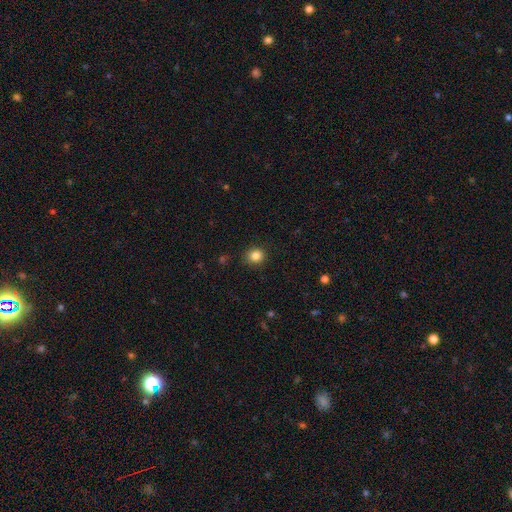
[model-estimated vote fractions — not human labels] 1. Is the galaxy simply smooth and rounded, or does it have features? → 85% smooth, 11% star or artifact, 4% featured or disk.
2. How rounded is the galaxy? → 82% round, 17% in between, 1% cigar-shaped.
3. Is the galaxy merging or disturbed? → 88% none, 8% minor disturbance, 2% major disturbance, 1% merger.